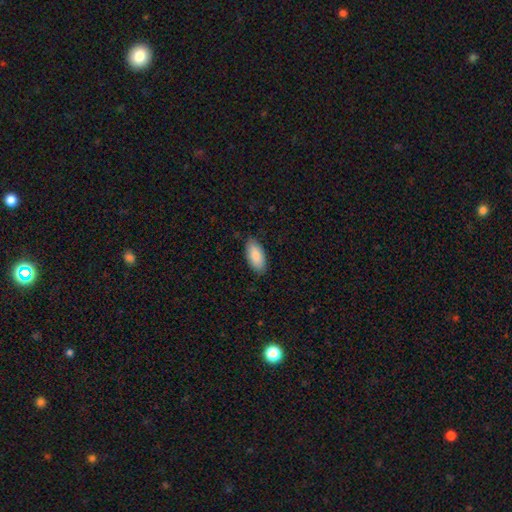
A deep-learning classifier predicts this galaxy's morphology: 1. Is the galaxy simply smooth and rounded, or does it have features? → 87% smooth, 8% featured or disk, 6% star or artifact.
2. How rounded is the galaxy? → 91% in between, 7% cigar-shaped, 2% round.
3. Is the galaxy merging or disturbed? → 85% none, 12% minor disturbance, 2% major disturbance, 1% merger.